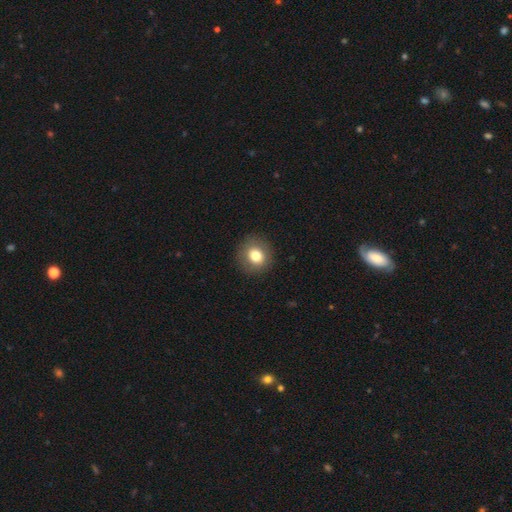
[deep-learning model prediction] The model was most divided on "smooth or featured": smooth: 79%, featured or disk: 11%, star or artifact: 10%. More confident: merging — none (90%); how rounded — round (85%).